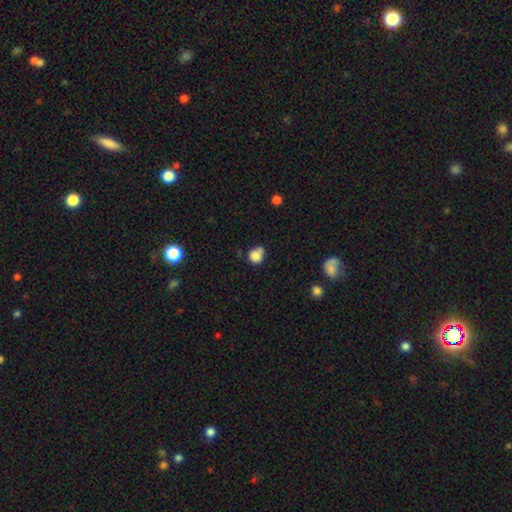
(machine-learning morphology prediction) This appears to be a smooth galaxy with no disk features (80%) that is round (78%). Merging: none (45%).